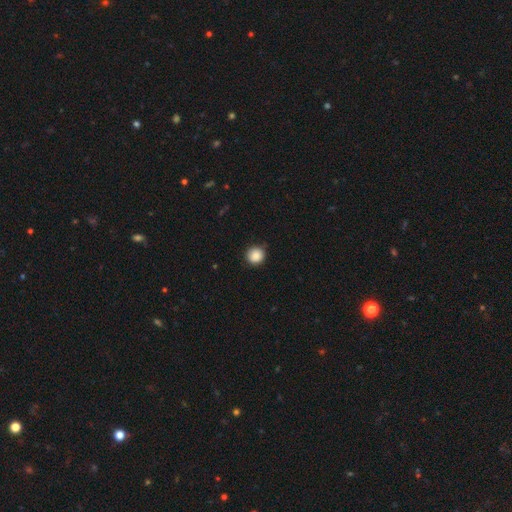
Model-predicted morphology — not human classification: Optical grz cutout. It shows a smooth galaxy with no disk features (87%) that is round (93%). Merging: none (86%).